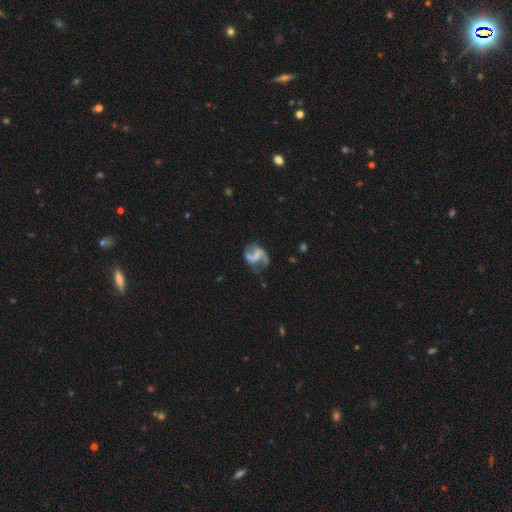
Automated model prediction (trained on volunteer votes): Smooth or featured? Predicted: featured or disk (p=0.81). Edge-on disk? Predicted: no (p=0.98). Bar? Predicted: weak (p=0.39). Spiral arms? Predicted: yes (p=0.91). Spiral winding? Predicted: loose (p=0.57). Spiral arm count? Predicted: 2 (p=0.89). Bulge size? Predicted: none (p=0.60). Merging? Predicted: none (p=0.60).